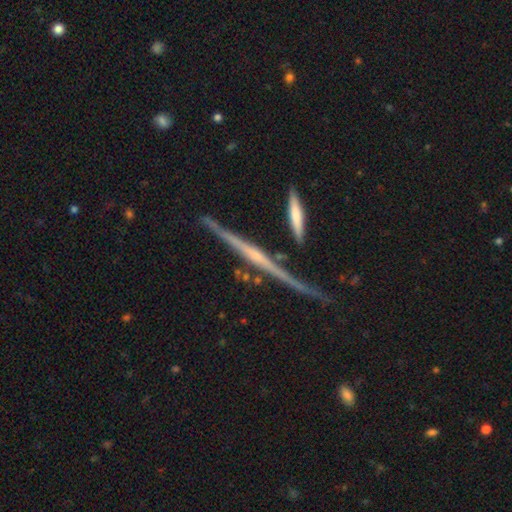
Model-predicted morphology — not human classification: Smooth or featured? featured or disk (82%)
Edge-on disk? yes (97%)
Edge-on bulge? rounded (48%)
Merging? none (76%)